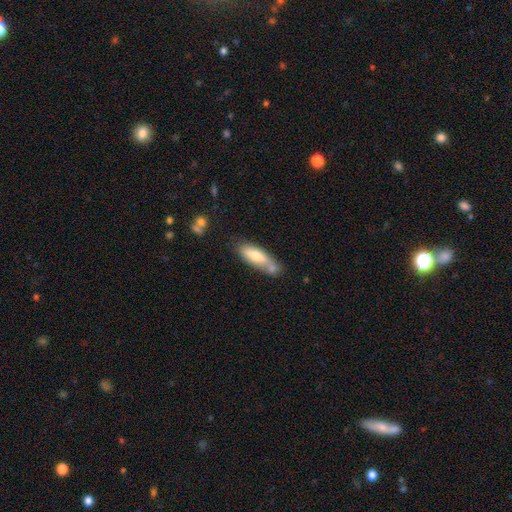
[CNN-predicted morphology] Overall: smooth (64%; featured or disk 30%). How rounded: in between (55%; cigar-shaped 42%). Merging: none (49%; minor disturbance 24%).